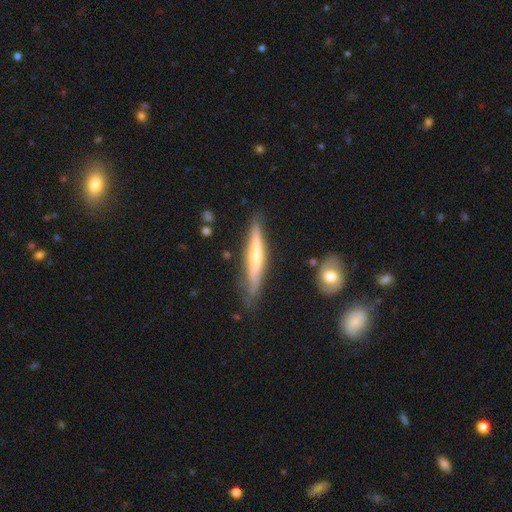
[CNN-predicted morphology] smooth-or-featured: featured or disk: 59% | smooth: 36% | star or artifact: 6%
  disk-edge-on: yes: 92% | no: 8%
    edge-on-bulge: rounded: 61% | none: 31% | boxy: 8%
  merging: none: 74% | minor disturbance: 19% | major disturbance: 4% | merger: 3%